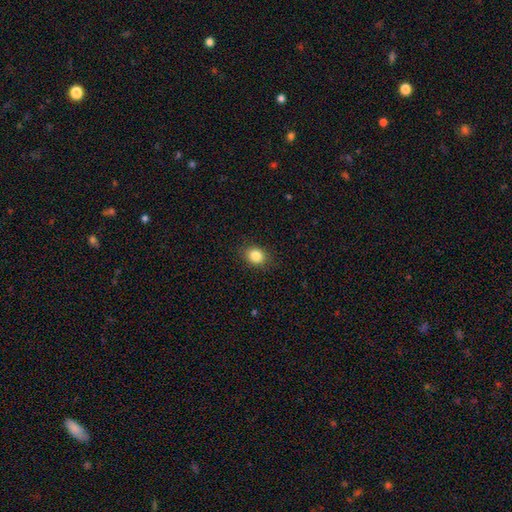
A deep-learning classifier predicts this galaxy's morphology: smooth_or_featured: smooth (p=0.85) [alt: star or artifact p=0.10]
how_rounded: round (p=0.52) [alt: in between p=0.47]
merging: none (p=0.88) [alt: minor disturbance p=0.09]